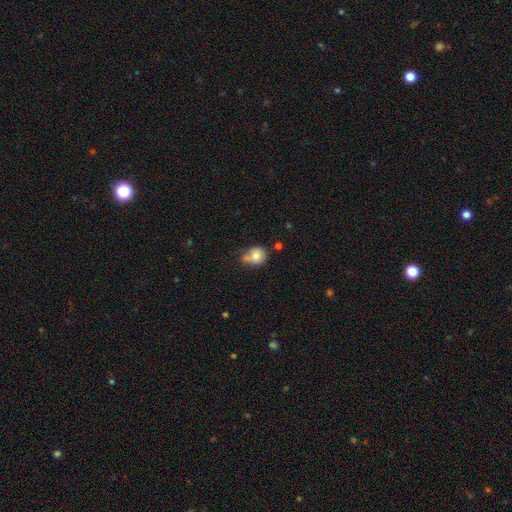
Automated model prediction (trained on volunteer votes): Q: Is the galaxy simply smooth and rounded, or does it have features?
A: smooth — 76%.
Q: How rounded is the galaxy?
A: round — 67%.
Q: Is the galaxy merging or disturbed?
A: none — 45%.